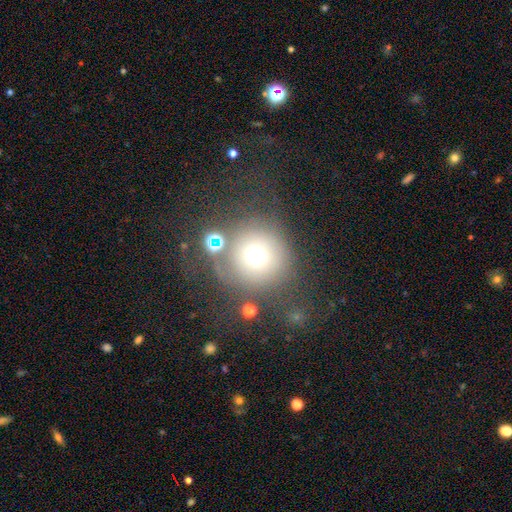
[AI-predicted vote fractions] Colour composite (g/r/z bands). It shows a smooth galaxy with no disk features (66%) that is round (94%). Merging: none (62%).